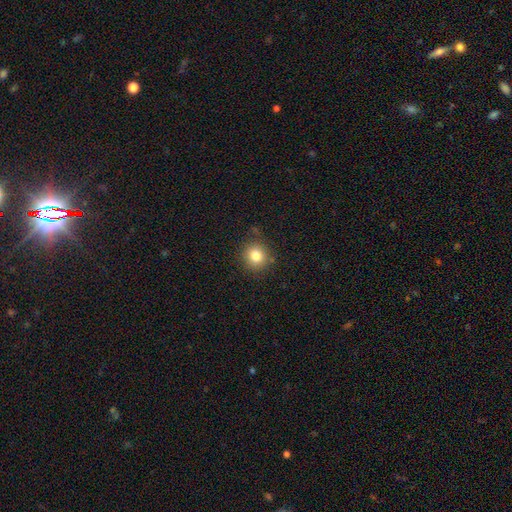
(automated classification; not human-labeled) Q: Smooth or featured?
A: smooth (81%); runner-up: star or artifact (12%)
Q: How rounded?
A: round (90%); runner-up: in between (9%)
Q: Merging?
A: none (85%); runner-up: minor disturbance (10%)